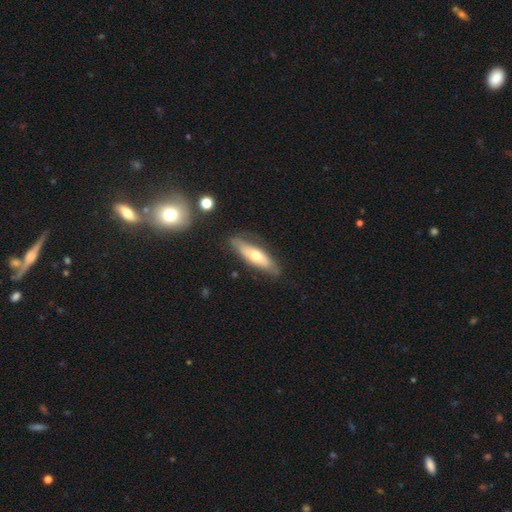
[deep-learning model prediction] The model was most divided on "smooth or featured": smooth: 52%, featured or disk: 42%, star or artifact: 6%. More confident: merging — none (76%); how rounded — cigar-shaped (57%).